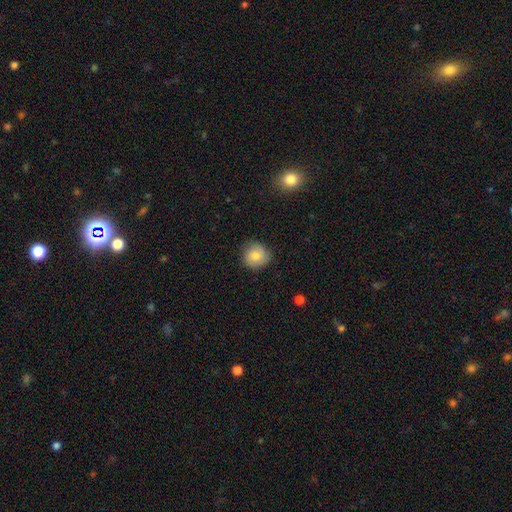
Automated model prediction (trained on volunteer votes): smooth-or-featured: smooth: 78% | featured or disk: 14% | star or artifact: 8%
  how-rounded: round: 88% | in between: 11% | cigar-shaped: 1%
  merging: none: 82% | minor disturbance: 14% | major disturbance: 3% | merger: 1%